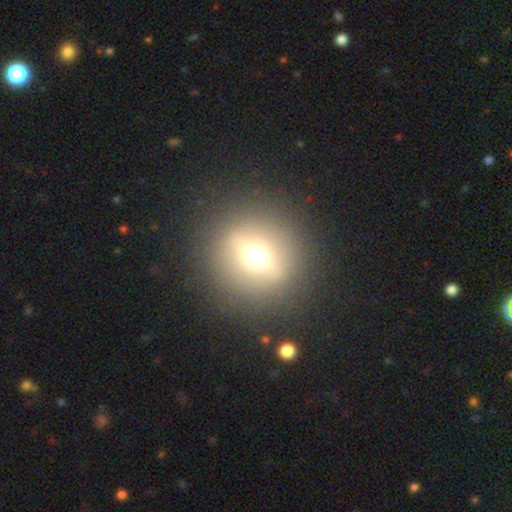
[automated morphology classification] A smooth galaxy with no disk features (50%).

Vote fractions:
- Smooth or featured? smooth: 50% / featured or disk: 33% / star or artifact: 17%
- Merging? none: 87% / minor disturbance: 7% / major disturbance: 4% / merger: 2%